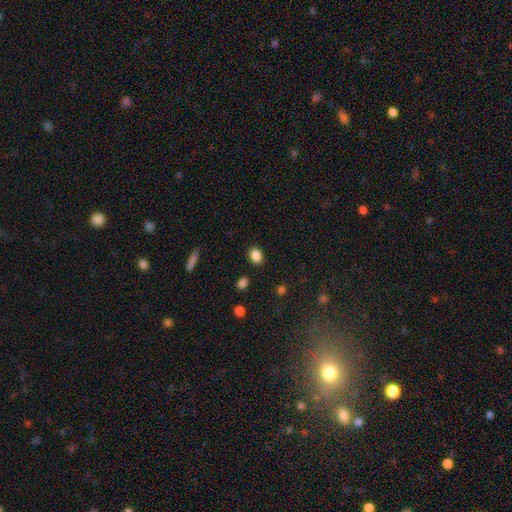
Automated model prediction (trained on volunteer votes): A smooth galaxy with no disk features (86%) that is in between round and cigar-shaped (62%). Merging: none (87%).